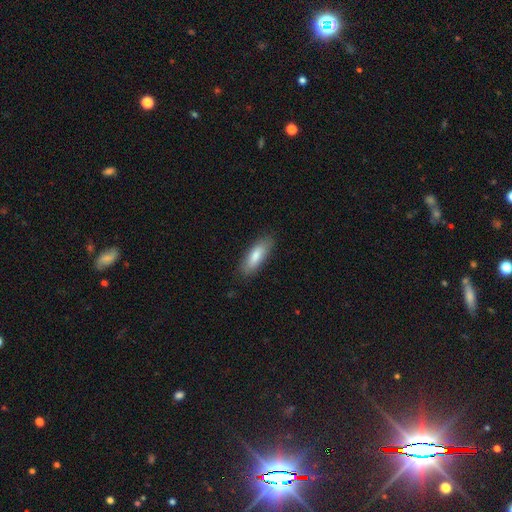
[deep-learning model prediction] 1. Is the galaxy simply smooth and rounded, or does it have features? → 80% smooth, 14% featured or disk, 6% star or artifact.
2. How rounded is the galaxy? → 62% in between, 36% cigar-shaped, 2% round.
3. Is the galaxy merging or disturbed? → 84% none, 12% minor disturbance, 3% major disturbance, 1% merger.